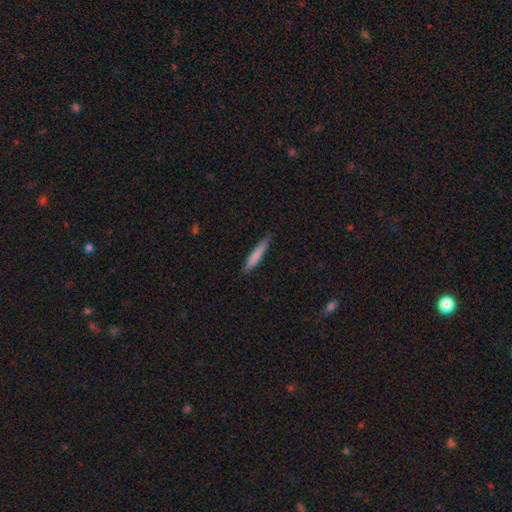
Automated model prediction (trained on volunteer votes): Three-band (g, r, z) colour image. It shows a smooth galaxy with no disk features (77%) that is cigar-shaped (94%). Merging: none (86%).